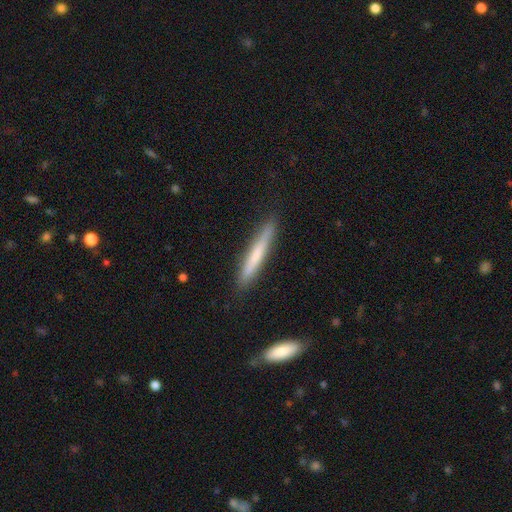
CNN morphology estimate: Q: Smooth or featured?
A: smooth (62%); runner-up: featured or disk (32%)
Q: How rounded?
A: cigar-shaped (95%); runner-up: in between (4%)
Q: Merging?
A: none (88%); runner-up: minor disturbance (9%)